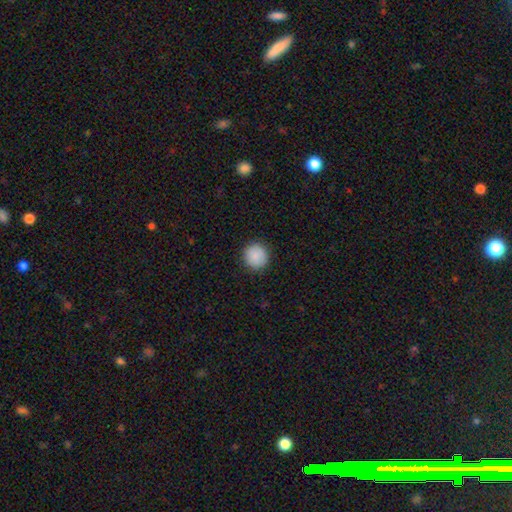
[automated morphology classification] Q: Smooth or featured?
A: smooth (89%); runner-up: star or artifact (7%)
Q: How rounded?
A: round (93%); runner-up: in between (6%)
Q: Merging?
A: none (91%); runner-up: minor disturbance (6%)